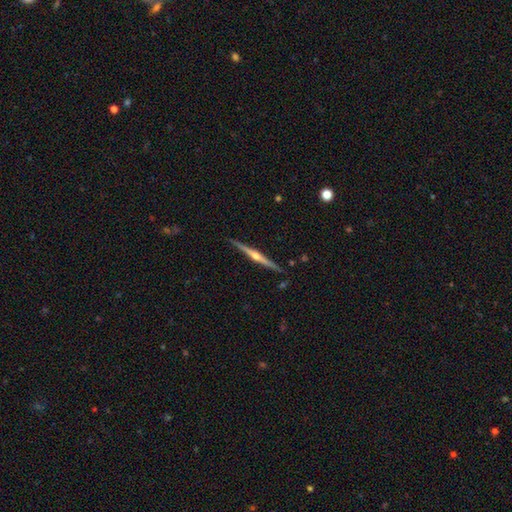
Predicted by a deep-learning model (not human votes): Smooth or featured: featured or disk — 83% (smooth — 12%)
Edge-on disk: yes — 99% (no — 1%)
Edge-on bulge: rounded — 93% (none — 4%)
Merging: none — 91% (minor disturbance — 7%)